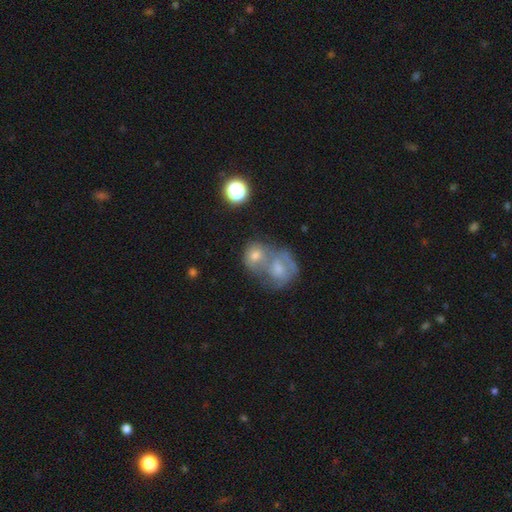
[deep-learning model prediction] The model was most divided on "merging": merger: 45%, none: 39%, minor disturbance: 9%, major disturbance: 7%. Remaining: smooth or featured — featured or disk (42%).